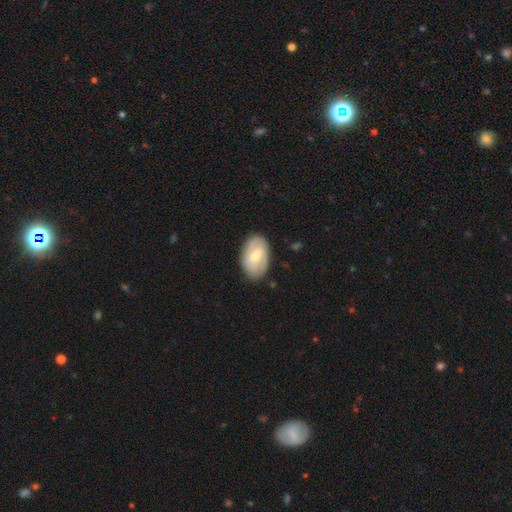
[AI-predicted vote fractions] smooth-or-featured: featured or disk: 55% | smooth: 40% | star or artifact: 6%
  disk-edge-on: no: 95% | yes: 5%
    bar: weak: 50% | no: 28% | strong: 21%
    has-spiral-arms: yes: 69% | no: 31%
    bulge-size: moderate: 49% | small: 46% | large: 2% | none: 2% | dominant: 1%
  merging: none: 82% | minor disturbance: 13% | major disturbance: 3% | merger: 1%